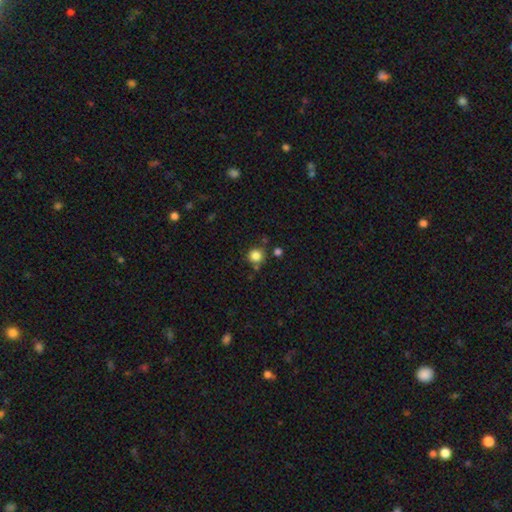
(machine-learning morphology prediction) Overall: smooth (84%). How rounded: round (93%). Merging: none (77%).